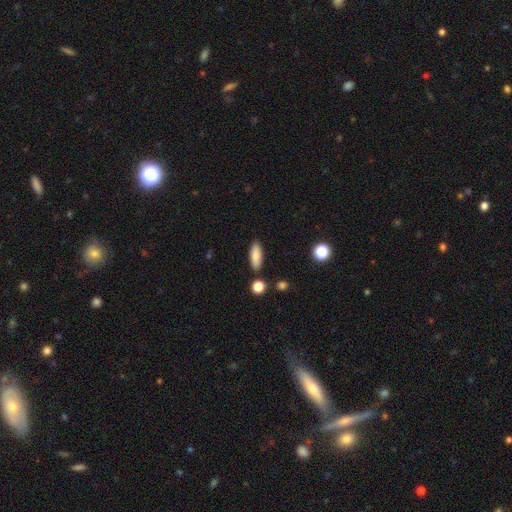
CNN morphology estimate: A smooth galaxy with no disk features (85%) that is in between round and cigar-shaped (71%).

Vote fractions:
- Smooth or featured? smooth: 85% / featured or disk: 8% / star or artifact: 7%
- How rounded? in between: 71% / cigar-shaped: 26% / round: 3%
- Merging? none: 85% / minor disturbance: 9% / merger: 3% / major disturbance: 2%